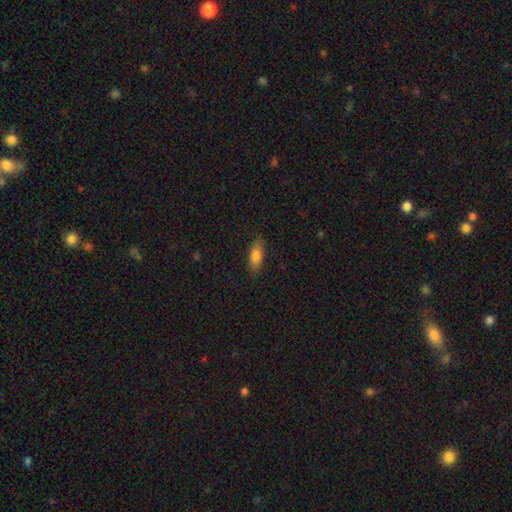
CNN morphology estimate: type=smooth (82%); roundness=in between (72%); merging=none (85%).